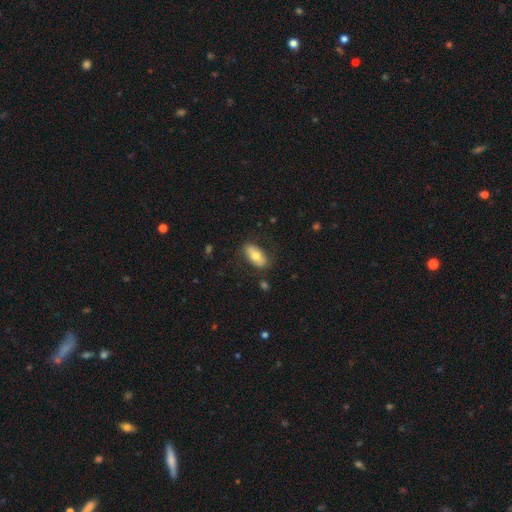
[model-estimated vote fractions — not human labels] This is likely a smooth galaxy (68%). How rounded: clearly in between (89%). Merging: clearly none (80%).